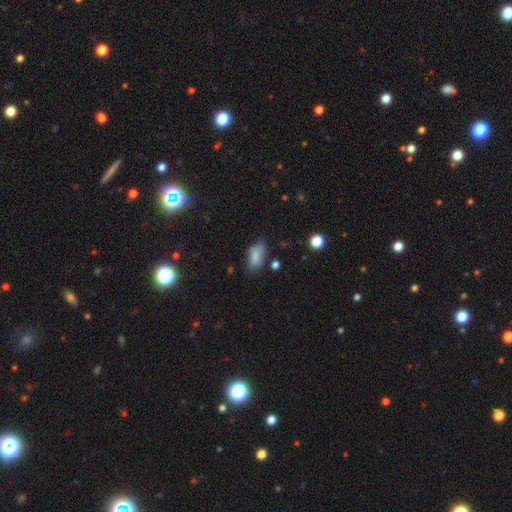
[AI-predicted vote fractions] smooth 83%, star or artifact 9%, featured or disk 8%. Down the decision tree: how rounded — in between (90%); merging — none (66%).